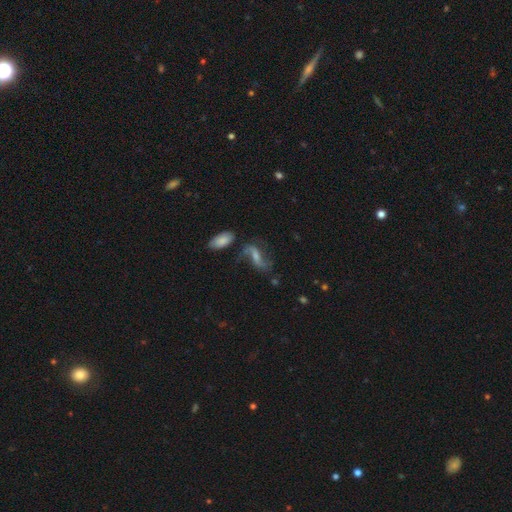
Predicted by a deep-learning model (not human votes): A featured or disk galaxy (71%) with a weak bar (41%), 2 (88%) loose (75%) spiral arms (90%) and a small central bulge (42%). Merging: none (54%).